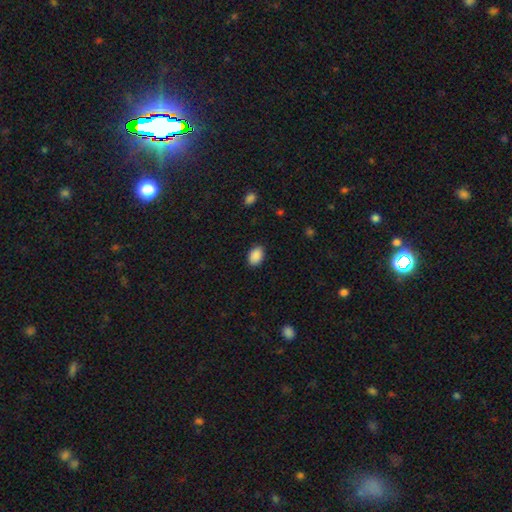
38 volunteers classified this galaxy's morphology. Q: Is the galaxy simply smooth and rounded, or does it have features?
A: smooth — 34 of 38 (89%).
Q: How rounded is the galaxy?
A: in between — 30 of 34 (88%).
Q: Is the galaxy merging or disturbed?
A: none — 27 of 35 (77%).